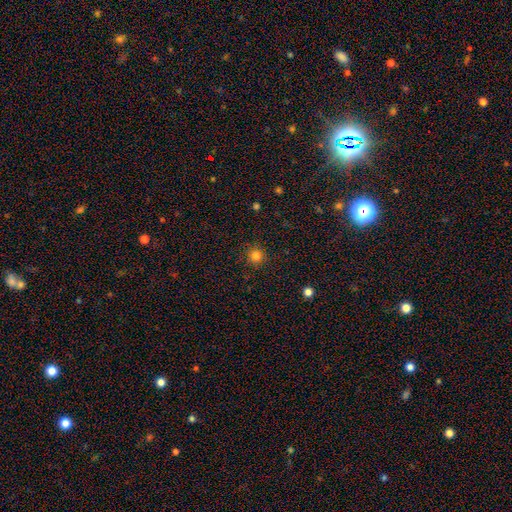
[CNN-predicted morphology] smooth-or-featured: smooth: 81% | star or artifact: 14% | featured or disk: 5%
  how-rounded: round: 94% | in between: 5% | cigar-shaped: 1%
  merging: none: 90% | minor disturbance: 6% | major disturbance: 2% | merger: 1%